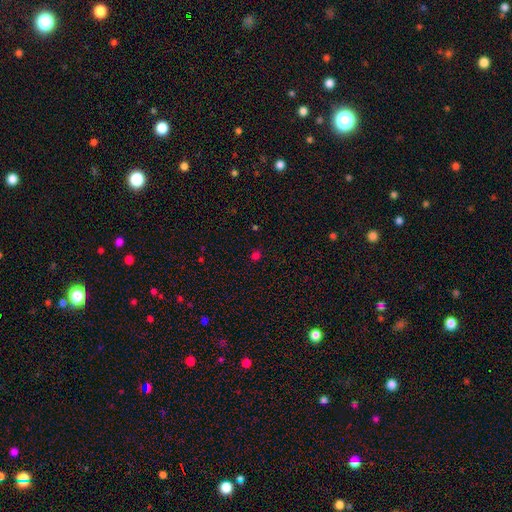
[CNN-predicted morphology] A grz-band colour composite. It shows a smooth galaxy with no disk features (67%) that is round (78%). Merging: none (85%).